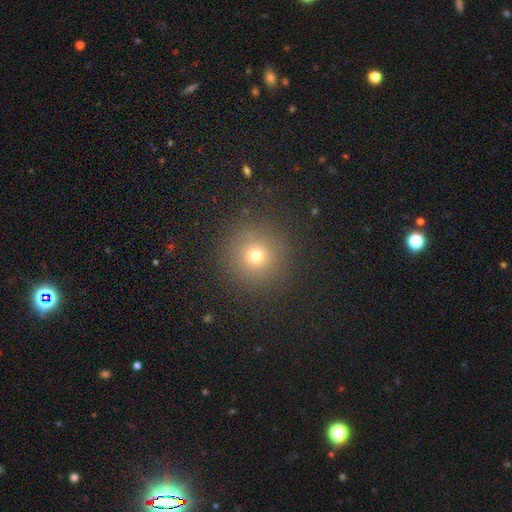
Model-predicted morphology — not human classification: A smooth galaxy with no disk features (69%) that is round (94%). Merging: none (88%).